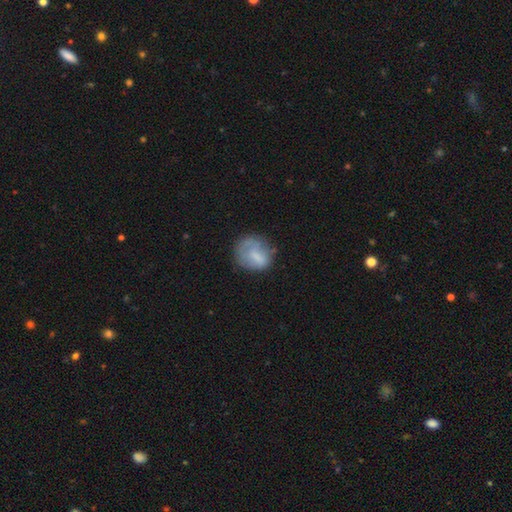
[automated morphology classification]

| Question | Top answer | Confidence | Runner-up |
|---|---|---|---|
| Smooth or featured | smooth | 64% | featured or disk (28%) |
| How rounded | round | 67% | in between (32%) |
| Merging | none | 54% | minor disturbance (27%) |